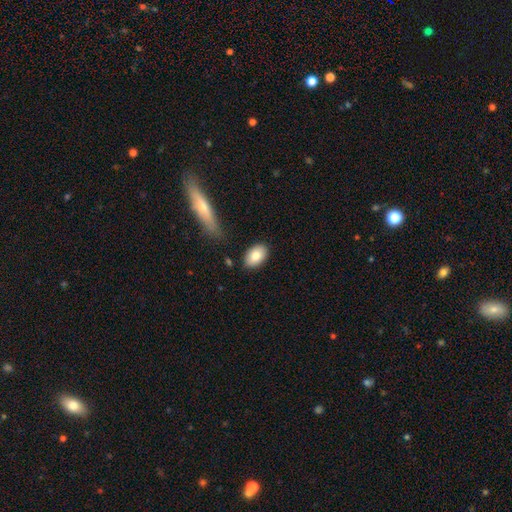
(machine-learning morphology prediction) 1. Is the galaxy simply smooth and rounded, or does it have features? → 81% smooth, 12% featured or disk, 7% star or artifact.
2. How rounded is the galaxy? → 90% in between, 8% round, 2% cigar-shaped.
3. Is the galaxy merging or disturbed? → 84% none, 11% minor disturbance, 3% merger, 3% major disturbance.